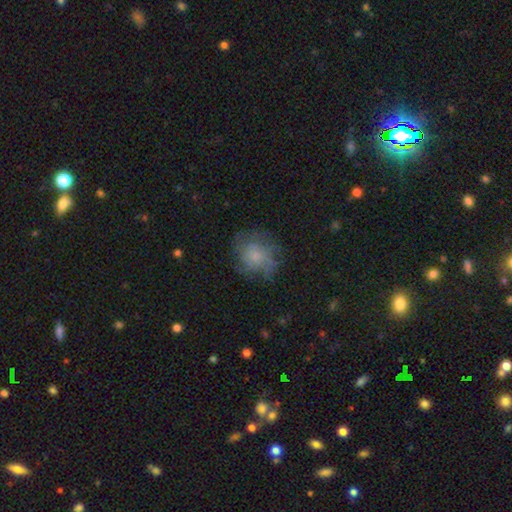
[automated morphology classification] smooth_or_featured: smooth (p=0.52) [alt: featured or disk p=0.36]
how_rounded: round (p=0.77) [alt: in between p=0.22]
merging: none (p=0.65) [alt: minor disturbance p=0.21]